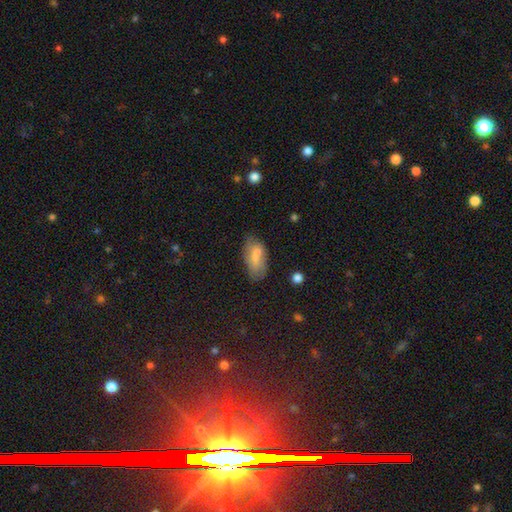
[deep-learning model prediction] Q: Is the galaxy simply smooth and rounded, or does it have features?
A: smooth — 72%.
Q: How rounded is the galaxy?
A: in between — 88%.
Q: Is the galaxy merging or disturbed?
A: none — 52%.